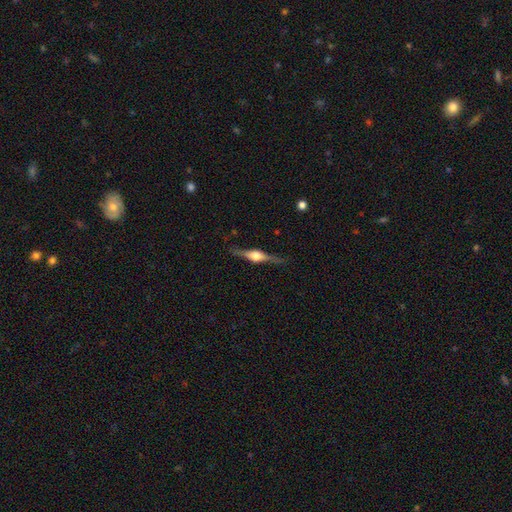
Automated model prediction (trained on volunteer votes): This is clearly a featured or disk galaxy (82%). It is clearly viewed edge-on (98%). Edge-on bulge: clearly rounded (92%). Merging: clearly none (87%).